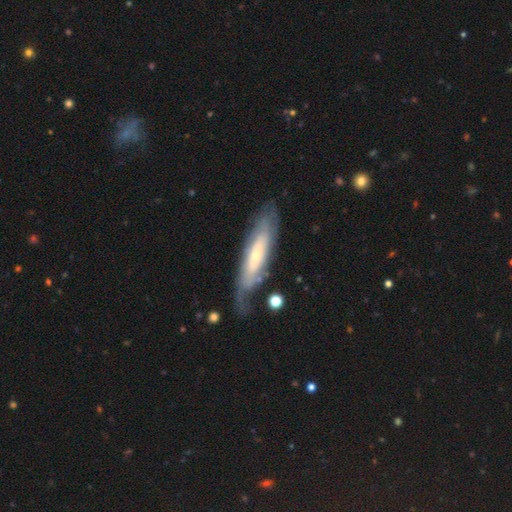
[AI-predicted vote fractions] This is likely a featured or disk galaxy (65%). It is likely not viewed edge-on (64%). Merging: likely none (64%).